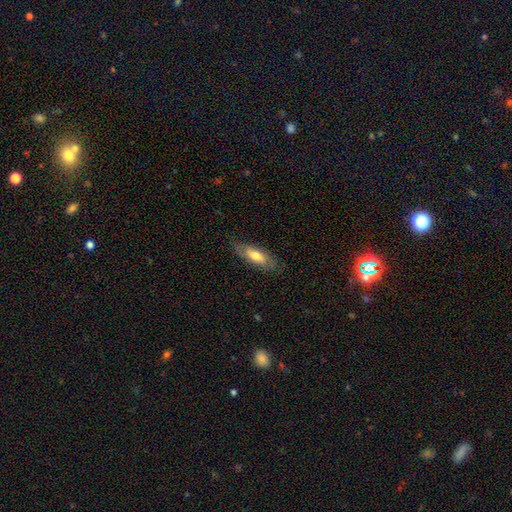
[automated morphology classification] Smooth or featured?
  - smooth: 56% *
  - featured or disk: 38%
  - star or artifact: 6%
How rounded?
  - in between: 65% *
  - cigar-shaped: 33%
  - round: 2%
Merging?
  - none: 79% *
  - minor disturbance: 16%
  - major disturbance: 4%
  - merger: 1%